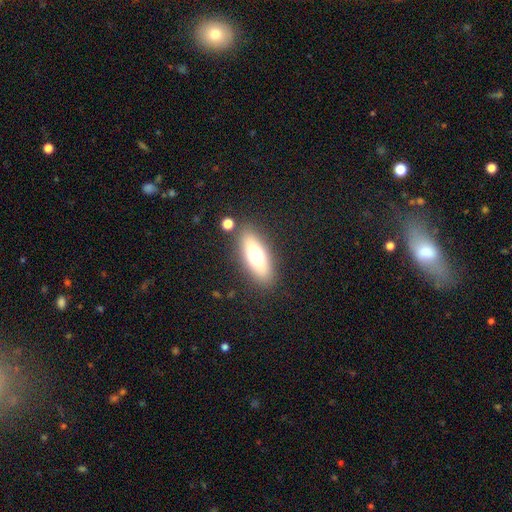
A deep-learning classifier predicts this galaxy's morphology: A smooth galaxy with no disk features (62%) that is in between round and cigar-shaped (66%).

Vote fractions:
- Smooth or featured? smooth: 62% / featured or disk: 28% / star or artifact: 10%
- How rounded? in between: 66% / cigar-shaped: 29% / round: 5%
- Merging? none: 83% / minor disturbance: 10% / merger: 4% / major disturbance: 4%